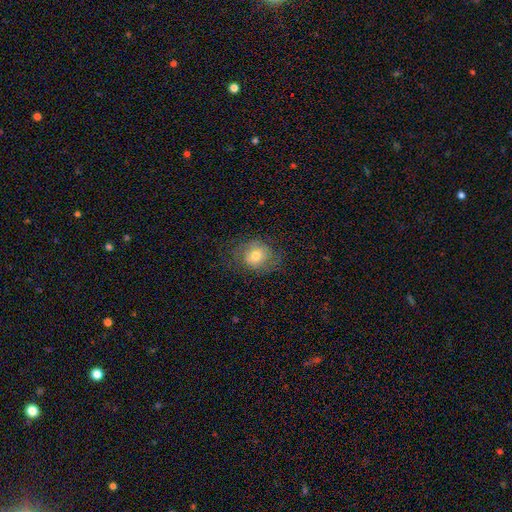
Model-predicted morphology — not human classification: The model was most divided on "how rounded": round: 57%, in between: 42%, cigar-shaped: 1%. More confident: merging — none (65%); smooth or featured — smooth (60%).